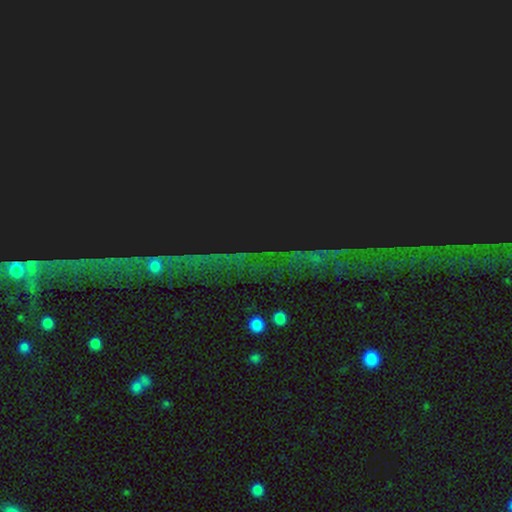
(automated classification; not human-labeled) star or artifact 81%, smooth 11%, featured or disk 9%.